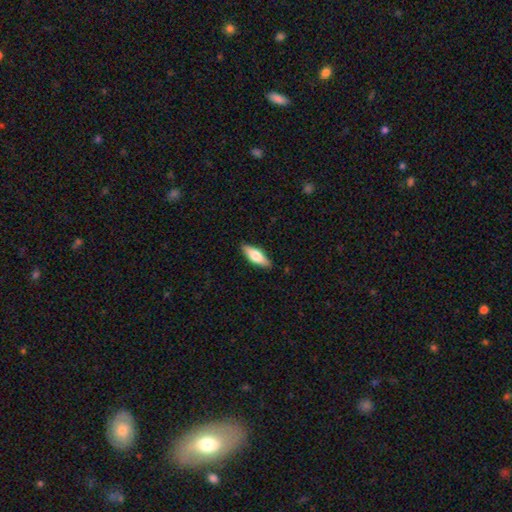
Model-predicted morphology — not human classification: Smooth or featured?
  - smooth: 60% *
  - featured or disk: 34%
  - star or artifact: 6%
How rounded?
  - in between: 59% *
  - cigar-shaped: 39%
  - round: 2%
Merging?
  - none: 87% *
  - minor disturbance: 10%
  - major disturbance: 2%
  - merger: 1%